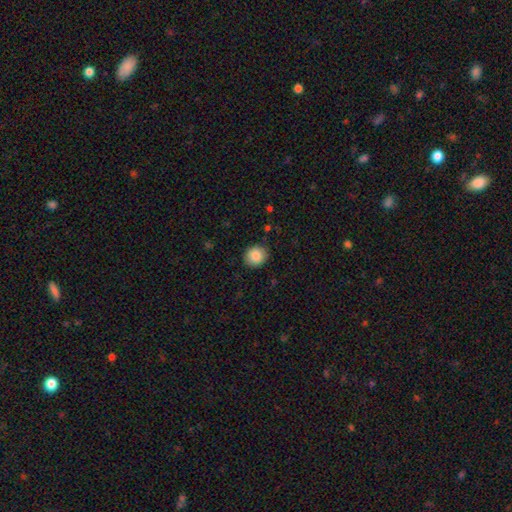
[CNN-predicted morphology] A smooth galaxy with no disk features (86%) that is round (81%). Merging: none (87%).